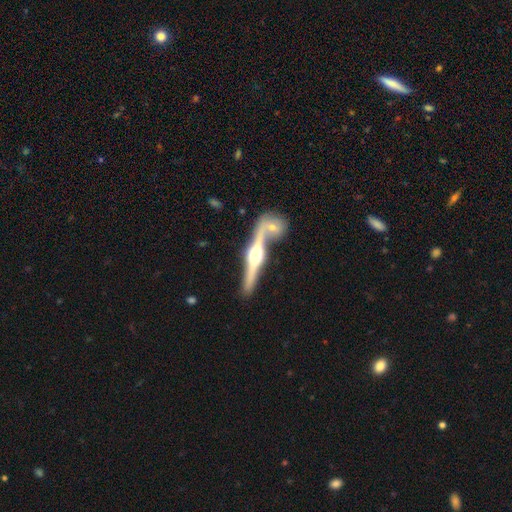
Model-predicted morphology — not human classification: smooth_or_featured: featured or disk (p=0.83) [alt: smooth p=0.12]
disk_edge_on: yes (p=0.97) [alt: no p=0.03]
edge_on_bulge: rounded (p=0.95) [alt: boxy p=0.03]
merging: none (p=0.63) [alt: merger p=0.25]